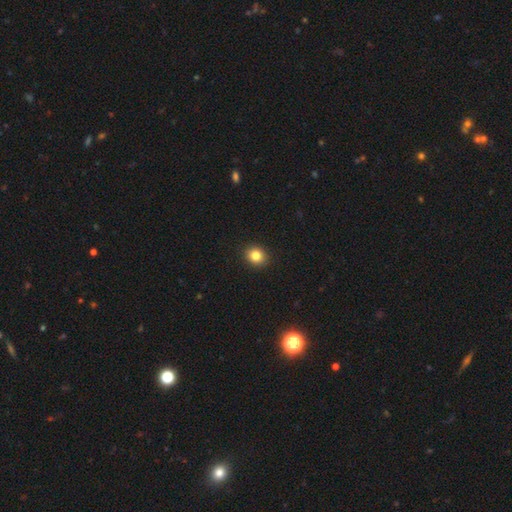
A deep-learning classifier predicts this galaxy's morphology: This is clearly a smooth galaxy (84%). How rounded: likely round (75%). Merging: clearly none (92%).